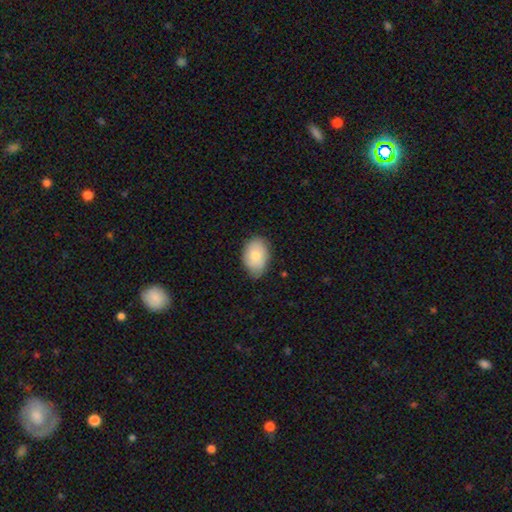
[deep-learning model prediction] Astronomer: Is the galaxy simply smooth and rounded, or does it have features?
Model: smooth — 79%.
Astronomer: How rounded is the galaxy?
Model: in between — 86%.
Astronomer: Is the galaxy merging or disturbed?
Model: none — 75%.